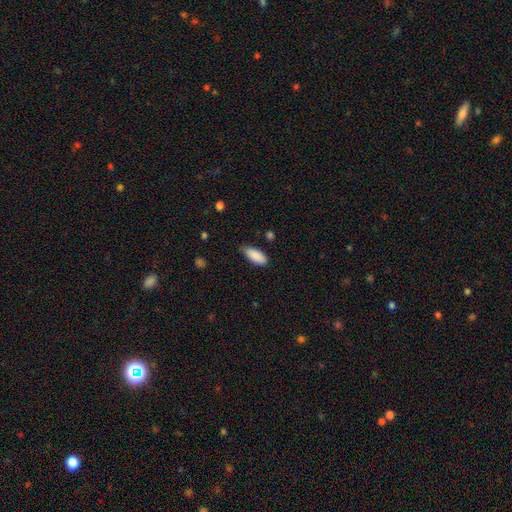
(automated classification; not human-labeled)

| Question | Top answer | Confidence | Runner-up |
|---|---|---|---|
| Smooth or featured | smooth | 89% | star or artifact (6%) |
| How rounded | in between | 85% | cigar-shaped (13%) |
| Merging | none | 73% | minor disturbance (23%) |